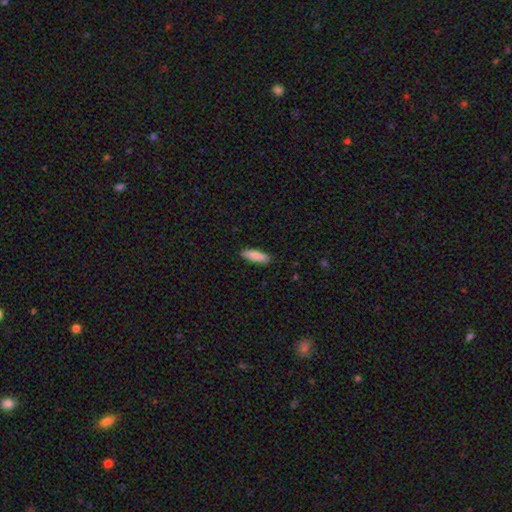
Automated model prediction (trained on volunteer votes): Q: Smooth or featured?
A: smooth (87%); runner-up: featured or disk (7%)
Q: How rounded?
A: cigar-shaped (51%); runner-up: in between (47%)
Q: Merging?
A: none (90%); runner-up: minor disturbance (8%)